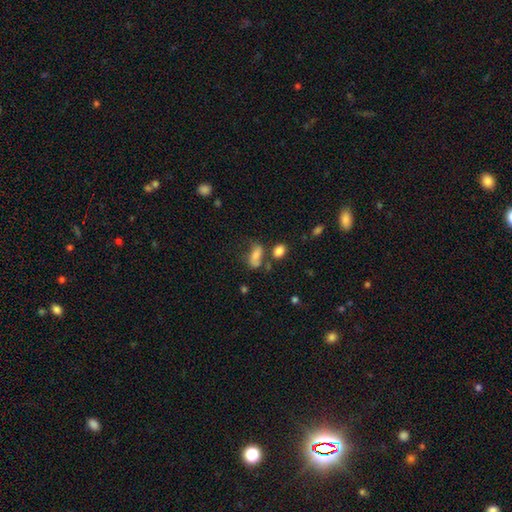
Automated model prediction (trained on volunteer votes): Q: Smooth or featured?
A: smooth (73%); runner-up: featured or disk (15%)
Q: How rounded?
A: in between (82%); runner-up: cigar-shaped (10%)
Q: Merging?
A: none (37%); runner-up: minor disturbance (22%)